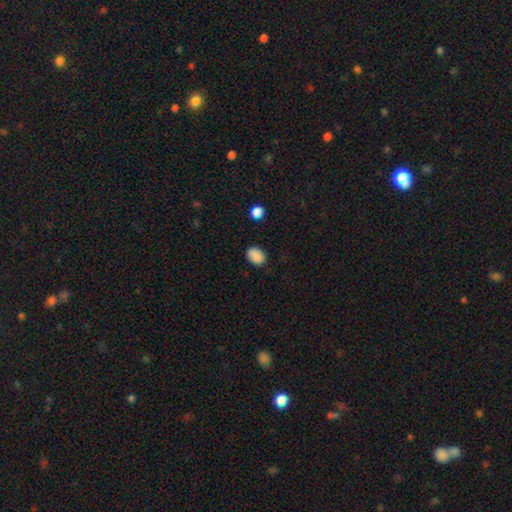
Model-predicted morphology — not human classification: This is clearly a smooth galaxy (89%). How rounded: likely in between (70%). Merging: clearly none (83%).